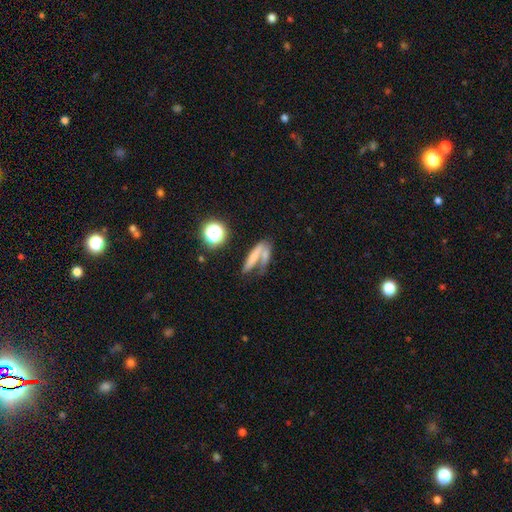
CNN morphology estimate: This appears to be a smooth galaxy with no disk features (57%) that is cigar-shaped (59%). Merging: merger (37%).